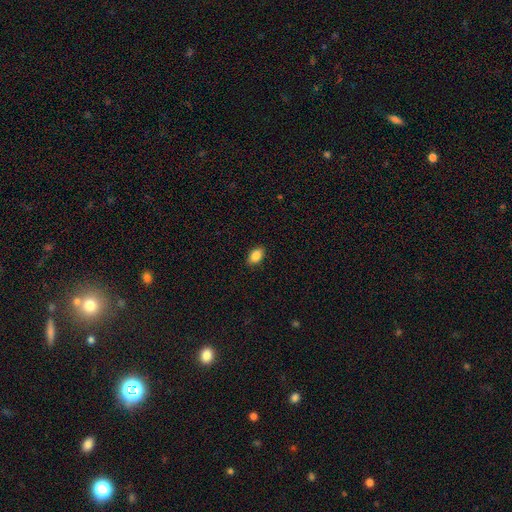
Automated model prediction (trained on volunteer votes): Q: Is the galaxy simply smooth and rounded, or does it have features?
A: smooth — 87%.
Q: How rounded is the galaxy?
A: in between — 88%.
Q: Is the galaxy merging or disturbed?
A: none — 89%.